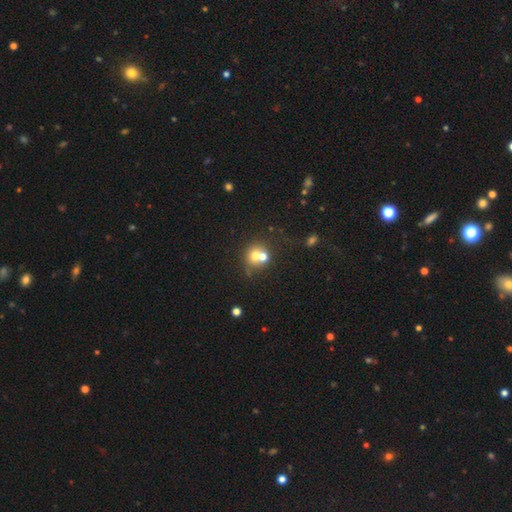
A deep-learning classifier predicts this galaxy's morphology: A smooth galaxy with no disk features (65%) that is round (81%).

Vote fractions:
- Smooth or featured? smooth: 65% / featured or disk: 20% / star or artifact: 15%
- How rounded? round: 81% / in between: 18% / cigar-shaped: 1%
- Merging? merger: 49% / none: 38% / minor disturbance: 8% / major disturbance: 5%